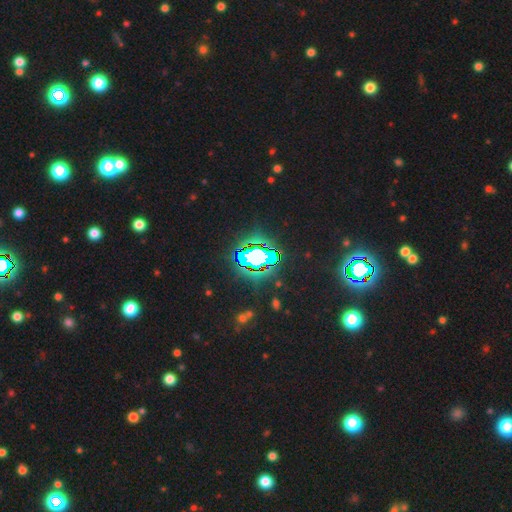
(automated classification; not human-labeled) Smooth or featured?
  - star or artifact: 70% *
  - smooth: 18%
  - featured or disk: 13%